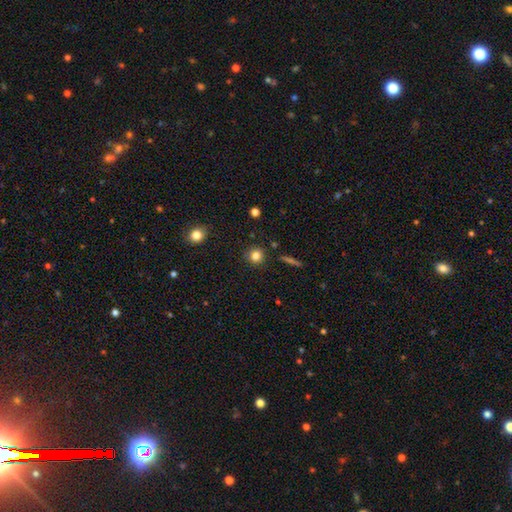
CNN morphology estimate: Smooth or featured? smooth (82%)
How rounded? round (91%)
Merging? none (89%)